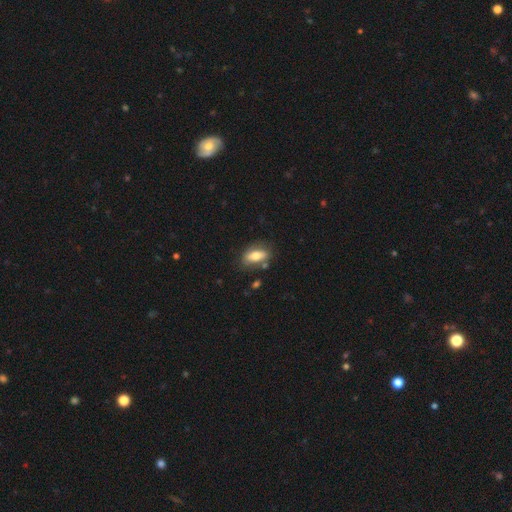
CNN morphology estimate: A smooth galaxy with no disk features (68%) that is in between round and cigar-shaped (86%).

Vote fractions:
- Smooth or featured? smooth: 68% / featured or disk: 25% / star or artifact: 7%
- How rounded? in between: 86% / cigar-shaped: 10% / round: 5%
- Merging? none: 72% / minor disturbance: 16% / merger: 6% / major disturbance: 5%